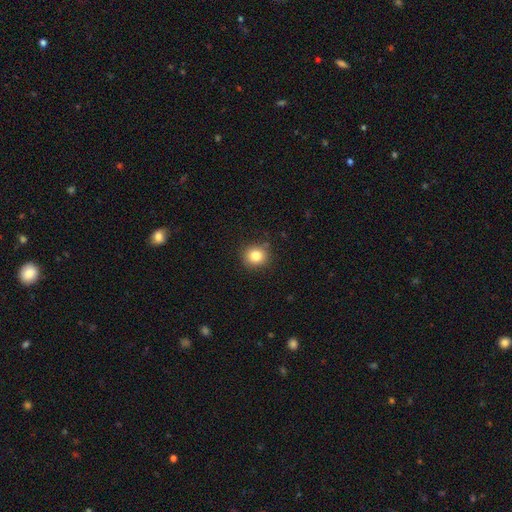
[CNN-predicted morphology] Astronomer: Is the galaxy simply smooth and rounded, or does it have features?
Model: smooth — 83%.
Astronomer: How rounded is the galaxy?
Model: round — 87%.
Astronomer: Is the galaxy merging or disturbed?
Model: none — 86%.